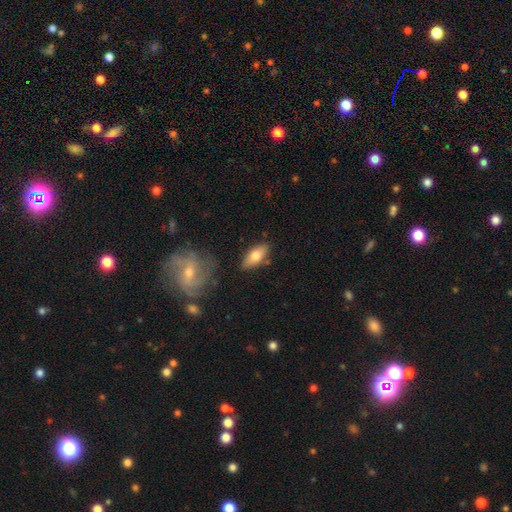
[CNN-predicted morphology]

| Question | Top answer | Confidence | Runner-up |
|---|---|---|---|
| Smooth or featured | smooth | 72% | featured or disk (22%) |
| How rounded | in between | 82% | cigar-shaped (15%) |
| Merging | none | 81% | minor disturbance (12%) |